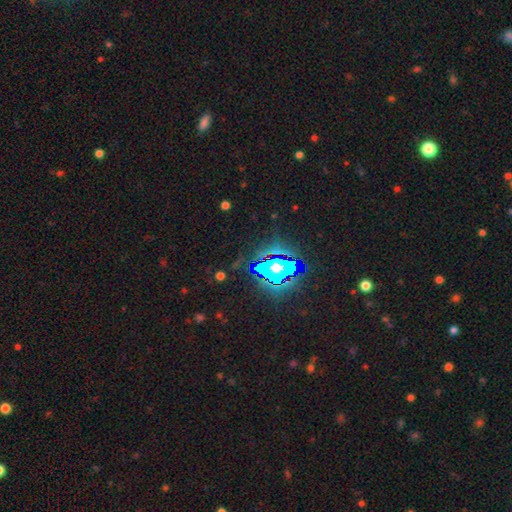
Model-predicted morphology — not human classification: Overall: star or artifact (85%).